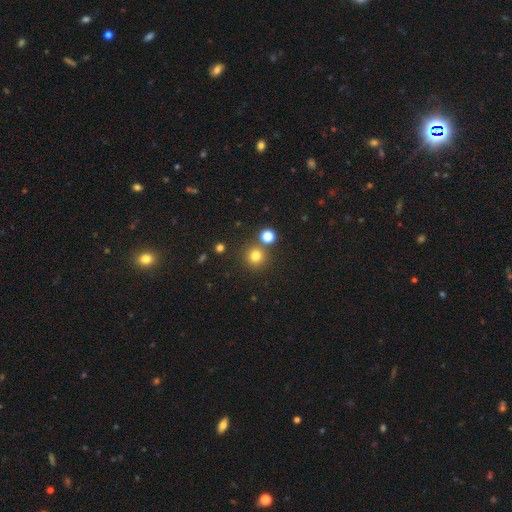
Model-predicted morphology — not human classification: smooth-or-featured: smooth: 77% | star or artifact: 16% | featured or disk: 6%
  how-rounded: round: 94% | in between: 5% | cigar-shaped: 1%
  merging: none: 79% | merger: 12% | minor disturbance: 7% | major disturbance: 3%